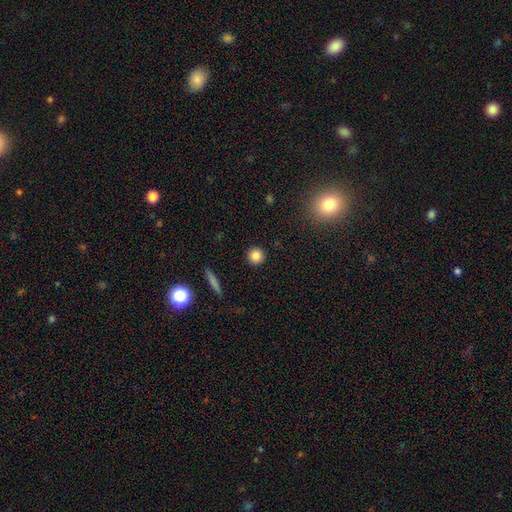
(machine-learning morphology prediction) This is clearly a smooth galaxy (84%). How rounded: clearly round (94%). Merging: clearly none (92%).